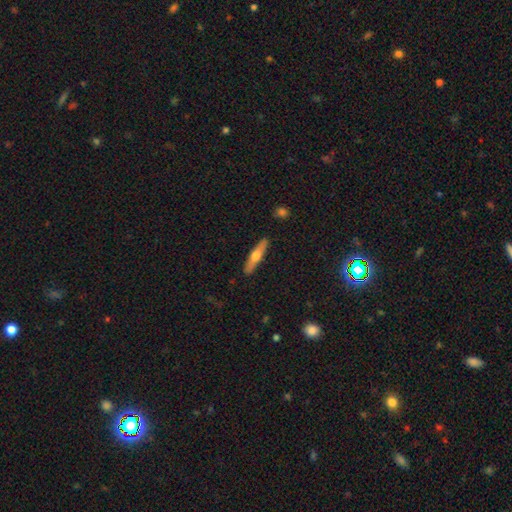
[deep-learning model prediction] Smooth or featured? featured or disk (49%)
Merging? none (90%)